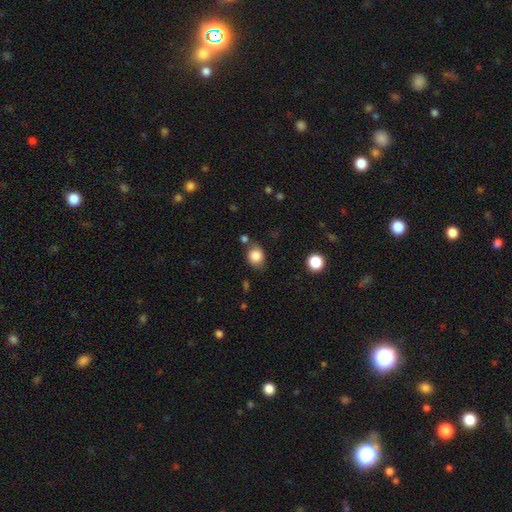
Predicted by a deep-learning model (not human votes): The model was most divided on "how rounded": round: 58%, in between: 41%, cigar-shaped: 1%. More confident: smooth or featured — smooth (84%); merging — none (69%).